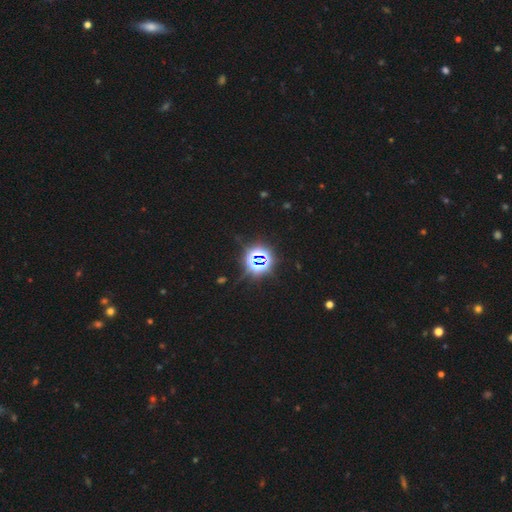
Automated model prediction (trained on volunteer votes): Smooth or featured? Predicted: star or artifact (p=0.80).